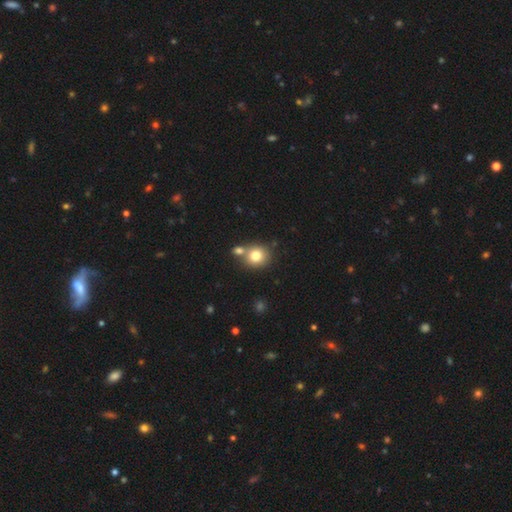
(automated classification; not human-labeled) This is likely a smooth galaxy (79%). How rounded: clearly round (81%). Merging: possibly none (58%).